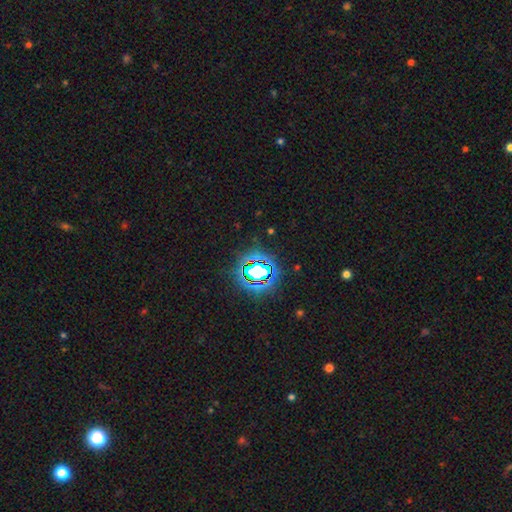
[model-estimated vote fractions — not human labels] Q: Smooth or featured?
A: star or artifact (79%); runner-up: smooth (13%)